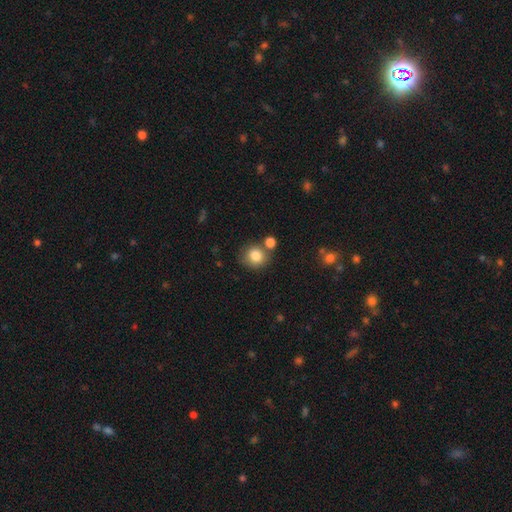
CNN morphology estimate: This is clearly a smooth galaxy (83%). How rounded: clearly round (82%). Merging: likely none (68%).